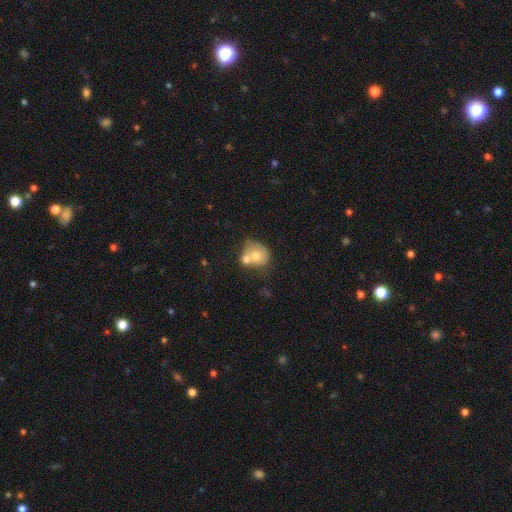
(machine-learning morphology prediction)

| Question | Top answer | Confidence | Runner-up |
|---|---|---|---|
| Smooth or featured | smooth | 66% | featured or disk (26%) |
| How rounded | round | 62% | in between (37%) |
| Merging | merger | 52% | none (28%) |